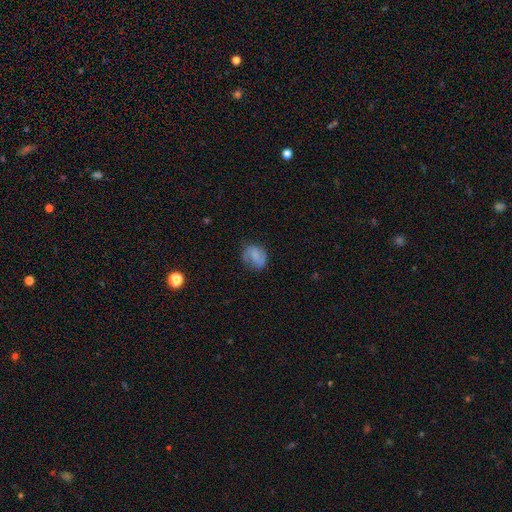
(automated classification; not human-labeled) This is possibly a smooth galaxy (59%). How rounded: possibly round (51%). Merging: likely none (65%).